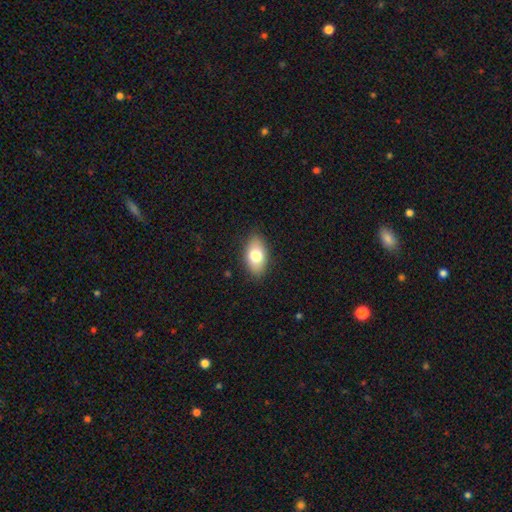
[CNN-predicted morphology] Smooth or featured: smooth — 76% (featured or disk — 17%)
How rounded: in between — 91% (round — 6%)
Merging: none — 86% (minor disturbance — 10%)